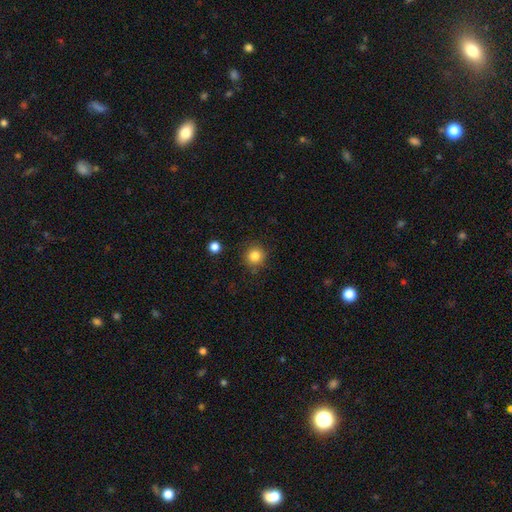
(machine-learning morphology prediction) This is clearly a smooth galaxy (83%). How rounded: clearly round (92%). Merging: clearly none (87%).